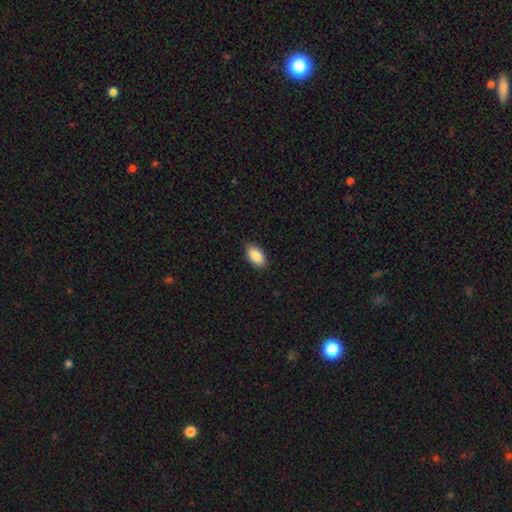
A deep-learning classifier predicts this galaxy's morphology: The model was most divided on "merging": none: 89%, minor disturbance: 8%, major disturbance: 2%, merger: 1%. More confident: how rounded — in between (94%); smooth or featured — smooth (89%).